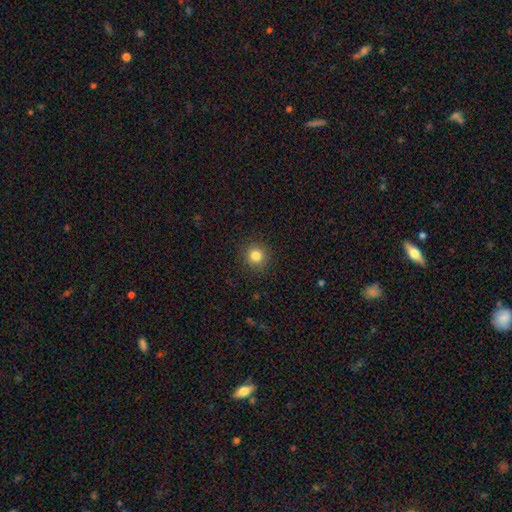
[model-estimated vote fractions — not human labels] smooth_or_featured: smooth (p=0.83) [alt: star or artifact p=0.12]
how_rounded: round (p=0.94) [alt: in between p=0.05]
merging: none (p=0.91) [alt: minor disturbance p=0.06]